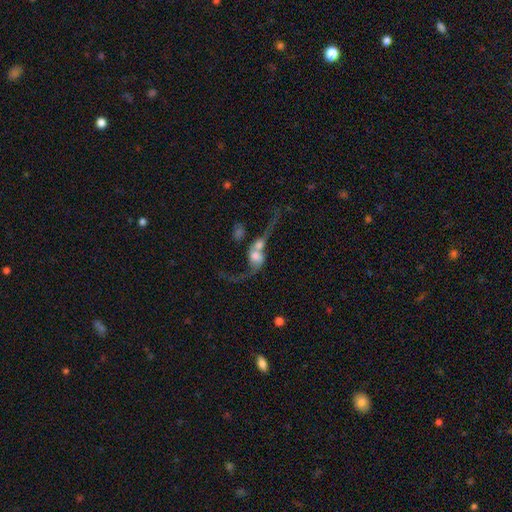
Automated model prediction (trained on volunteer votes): Morphology: type=featured or disk (58%); edge-on=no (91%); bar=no (72%); spiral arms=yes (68%); bulge=large (34%); merging=merger (74%).